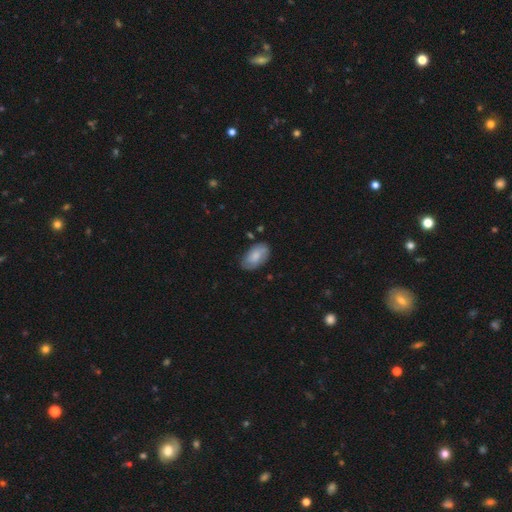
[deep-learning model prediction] Smooth or featured? smooth (63%)
How rounded? in between (93%)
Merging? none (75%)